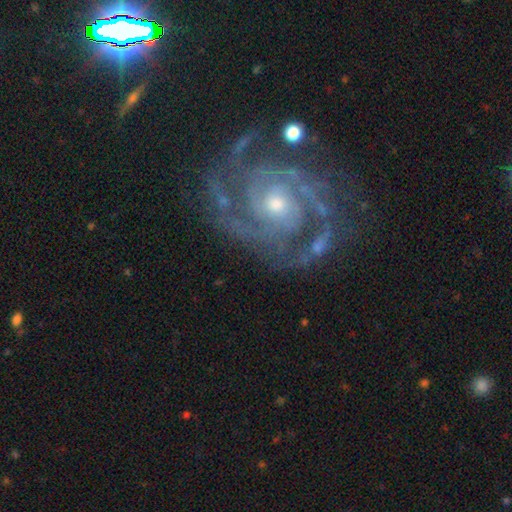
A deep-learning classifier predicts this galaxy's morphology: This appears to be a featured or disk galaxy (91%) with no bar (70%), 2 (37%) tight (65%) spiral arms (98%) and a small central bulge (49%). Merging: none (71%).